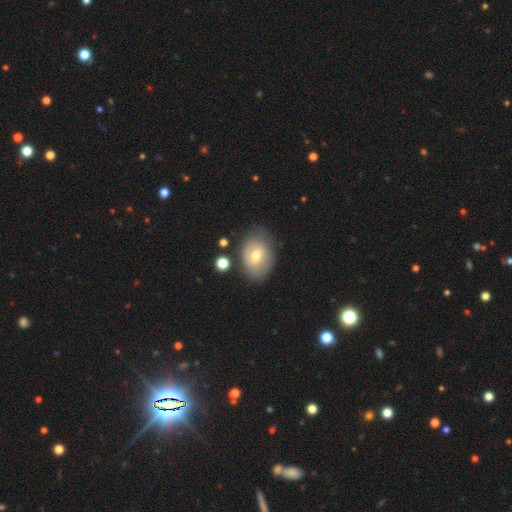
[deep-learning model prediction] A smooth galaxy with no disk features (58%) that is in between round and cigar-shaped (76%).

Vote fractions:
- Smooth or featured? smooth: 58% / featured or disk: 34% / star or artifact: 8%
- How rounded? in between: 76% / round: 23% / cigar-shaped: 1%
- Merging? none: 69% / minor disturbance: 22% / major disturbance: 6% / merger: 4%